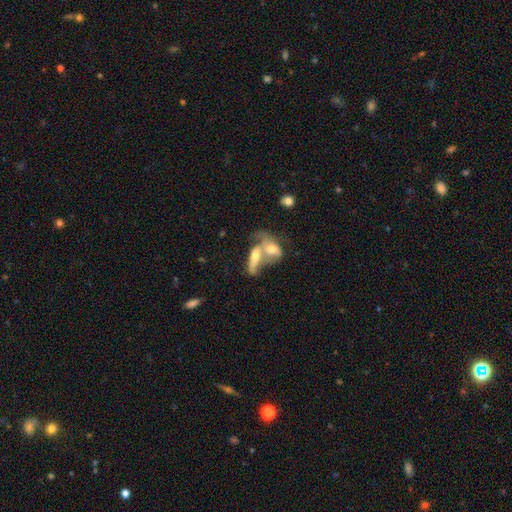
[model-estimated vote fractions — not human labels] Q: Smooth or featured?
A: featured or disk (46%); runner-up: smooth (44%)
Q: Merging?
A: merger (72%); runner-up: none (15%)